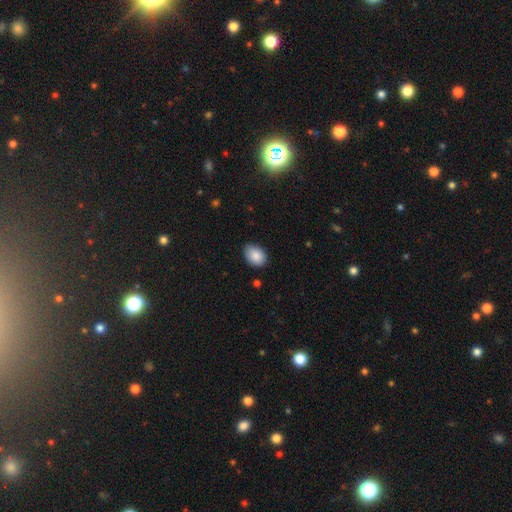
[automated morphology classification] smooth-or-featured: smooth: 87% | star or artifact: 7% | featured or disk: 6%
  how-rounded: in between: 78% | round: 21% | cigar-shaped: 1%
  merging: none: 79% | minor disturbance: 18% | major disturbance: 2% | merger: 1%